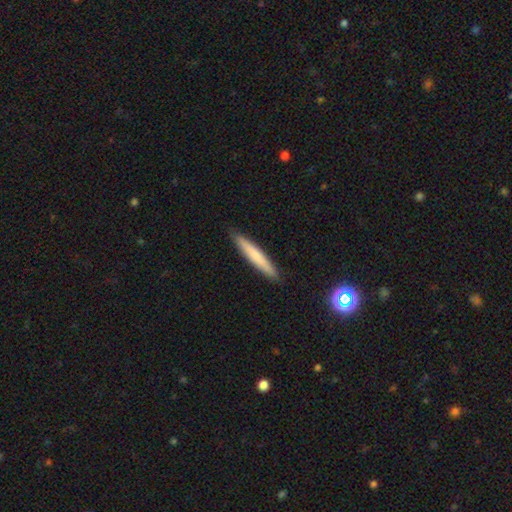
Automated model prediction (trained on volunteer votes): Q: Smooth or featured?
A: smooth (70%); runner-up: featured or disk (24%)
Q: How rounded?
A: cigar-shaped (95%); runner-up: in between (4%)
Q: Merging?
A: none (91%); runner-up: minor disturbance (7%)